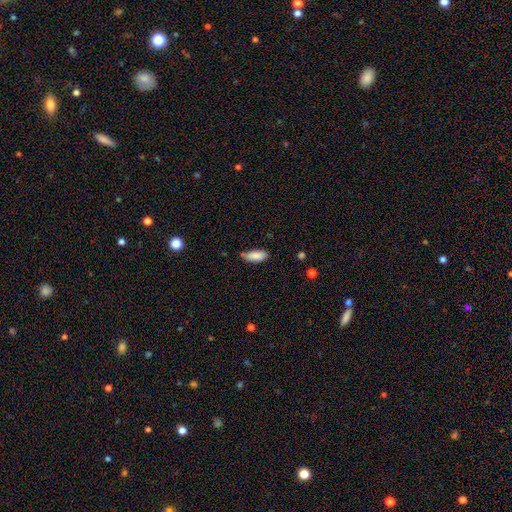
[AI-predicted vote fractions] A smooth galaxy with no disk features (86%) that is in between round and cigar-shaped (78%).

Vote fractions:
- Smooth or featured? smooth: 86% / featured or disk: 7% / star or artifact: 7%
- How rounded? in between: 78% / cigar-shaped: 20% / round: 2%
- Merging? none: 71% / minor disturbance: 21% / merger: 4% / major disturbance: 4%